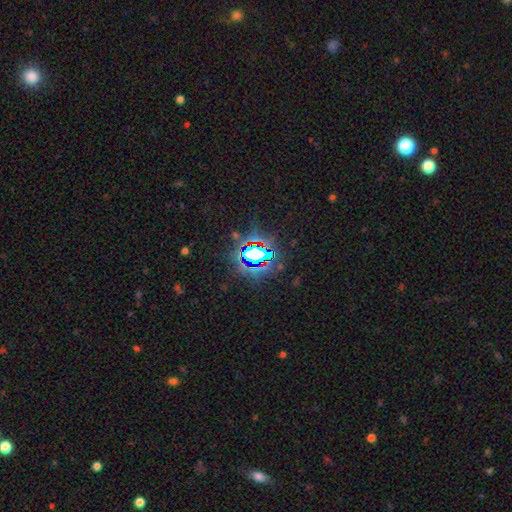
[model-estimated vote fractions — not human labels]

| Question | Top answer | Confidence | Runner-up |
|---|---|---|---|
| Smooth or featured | star or artifact | 76% | smooth (14%) |